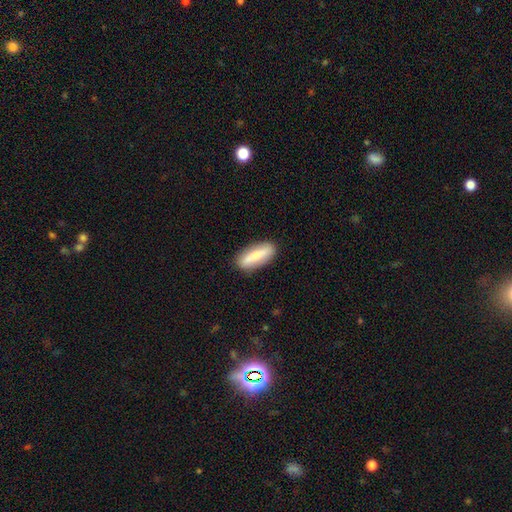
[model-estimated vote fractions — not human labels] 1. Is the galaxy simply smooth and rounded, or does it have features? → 64% smooth, 30% featured or disk, 6% star or artifact.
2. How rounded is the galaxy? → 53% in between, 44% cigar-shaped, 2% round.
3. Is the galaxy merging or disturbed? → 87% none, 9% minor disturbance, 2% major disturbance, 1% merger.